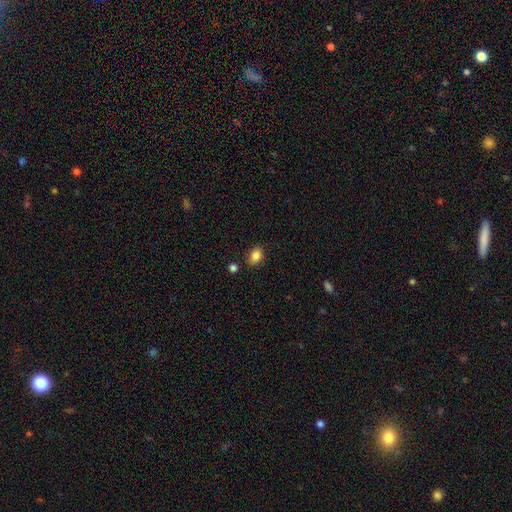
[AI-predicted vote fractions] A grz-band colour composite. It shows a smooth galaxy with no disk features (86%) that is in between round and cigar-shaped (80%). Merging: none (83%).